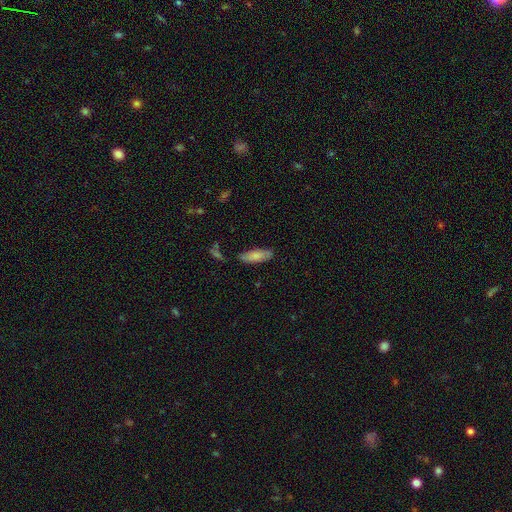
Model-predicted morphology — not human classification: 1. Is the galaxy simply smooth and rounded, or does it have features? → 80% smooth, 13% featured or disk, 6% star or artifact.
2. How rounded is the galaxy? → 62% in between, 36% cigar-shaped, 2% round.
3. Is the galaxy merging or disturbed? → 75% none, 18% minor disturbance, 4% merger, 4% major disturbance.